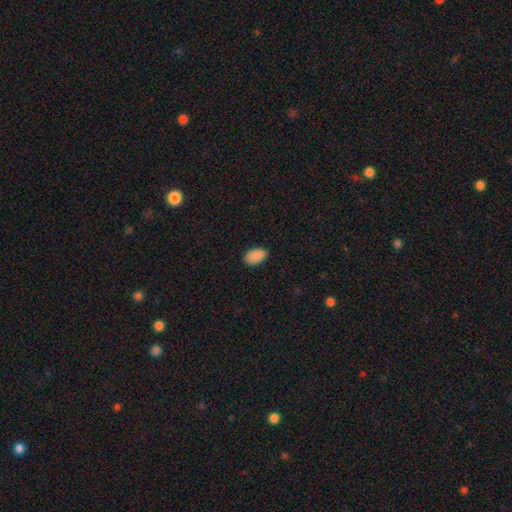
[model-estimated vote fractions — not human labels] Smooth or featured: smooth — 89% (star or artifact — 8%)
How rounded: in between — 92% (round — 7%)
Merging: none — 87% (minor disturbance — 10%)